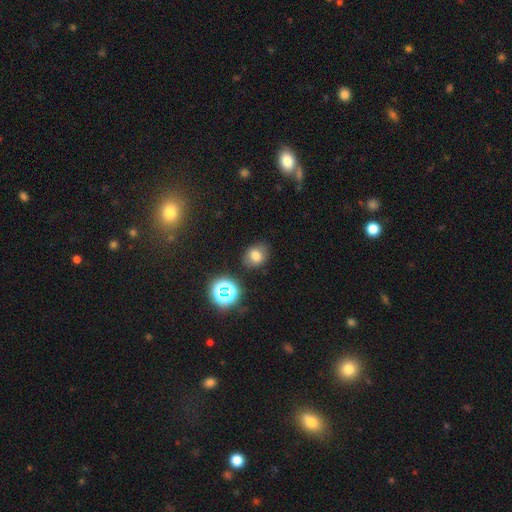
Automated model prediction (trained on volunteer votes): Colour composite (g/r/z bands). It shows a smooth galaxy with no disk features (73%) that is round (55%). Merging: none (80%).